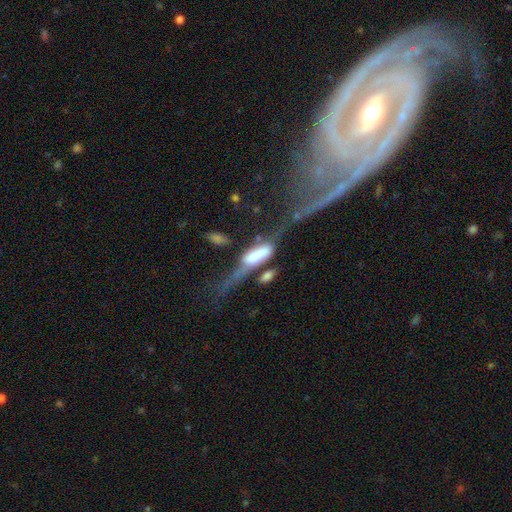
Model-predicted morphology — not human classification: Smooth or featured: featured or disk — 47% (smooth — 43%)
Merging: major disturbance — 39% (merger — 28%)